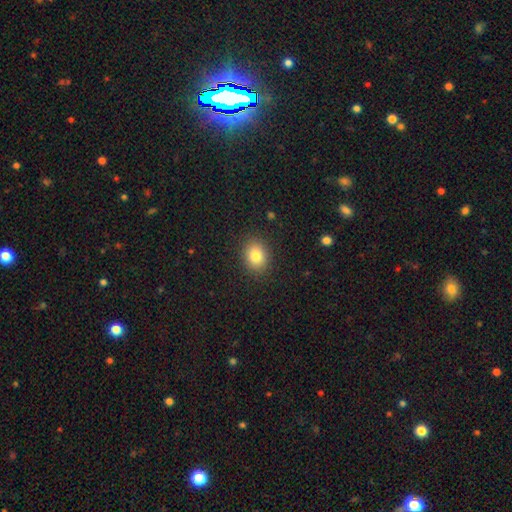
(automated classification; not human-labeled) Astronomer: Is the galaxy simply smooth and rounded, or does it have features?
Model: smooth — 81%.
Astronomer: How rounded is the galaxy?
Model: round — 56% (runner-up: in between, 43%).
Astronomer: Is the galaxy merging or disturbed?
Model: none — 89%.